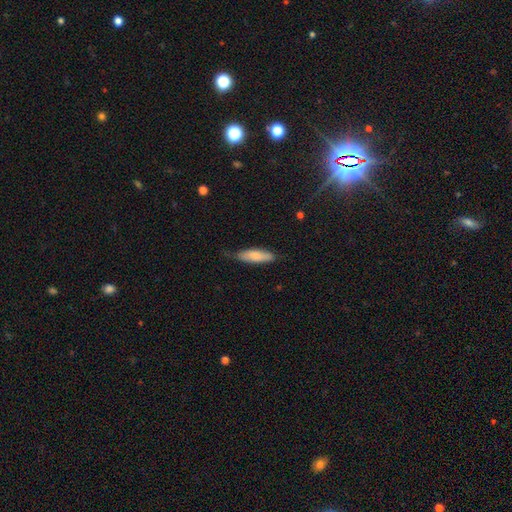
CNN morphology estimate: smooth 78%, featured or disk 17%, star or artifact 6%. Down the decision tree: how rounded — cigar-shaped (53%); merging — none (67%).